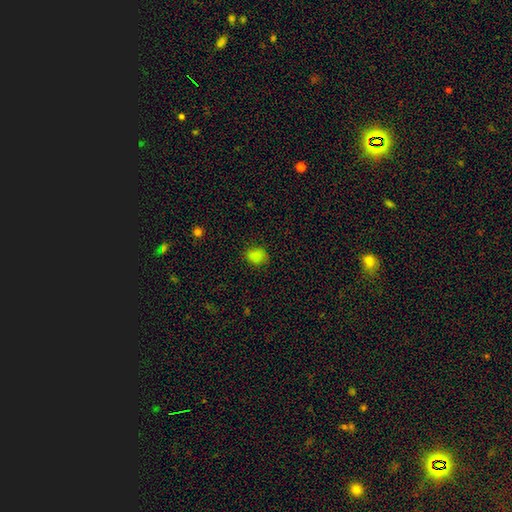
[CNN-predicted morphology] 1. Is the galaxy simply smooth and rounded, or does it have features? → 82% smooth, 14% star or artifact, 4% featured or disk.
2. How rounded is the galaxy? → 60% in between, 39% round, 1% cigar-shaped.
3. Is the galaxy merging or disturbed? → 79% none, 16% minor disturbance, 4% major disturbance, 1% merger.